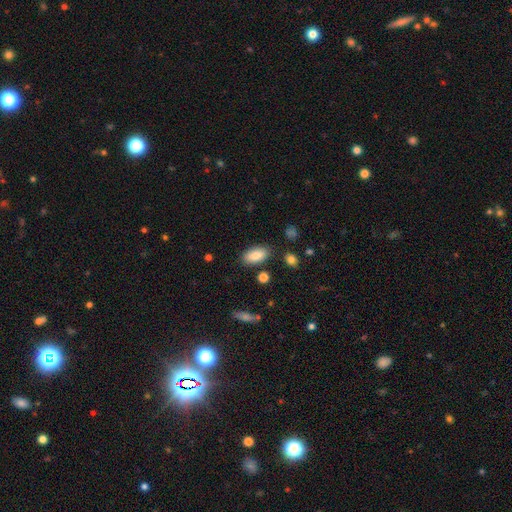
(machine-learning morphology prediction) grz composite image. It shows a smooth galaxy with no disk features (82%) that is in between round and cigar-shaped (91%). Merging: none (83%).